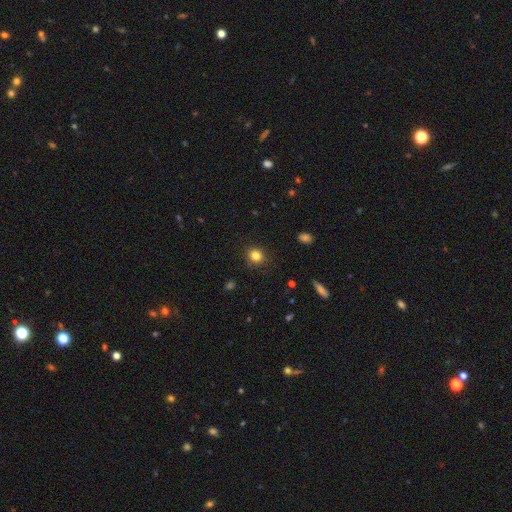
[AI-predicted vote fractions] Smooth or featured? Predicted: smooth (p=0.83). How rounded? Predicted: round (p=0.83). Merging? Predicted: none (p=0.89).